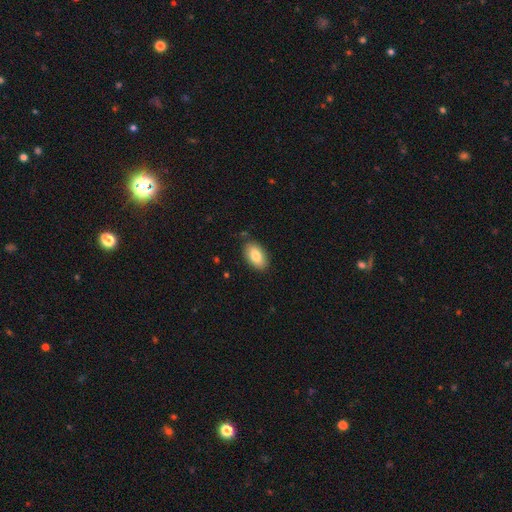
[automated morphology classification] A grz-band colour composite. It shows a smooth galaxy with no disk features (82%) that is in between round and cigar-shaped (93%). Merging: none (85%).